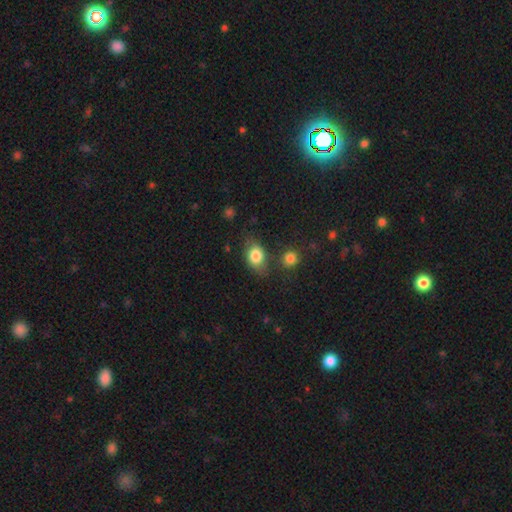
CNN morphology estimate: This is clearly a smooth galaxy (82%). How rounded: likely in between (72%). Merging: likely none (66%).